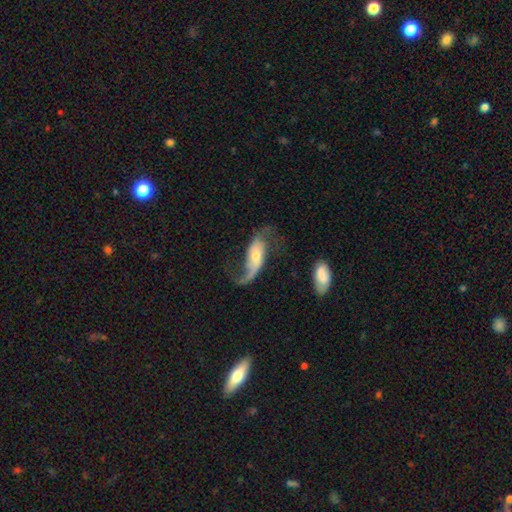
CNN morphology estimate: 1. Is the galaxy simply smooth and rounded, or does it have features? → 78% featured or disk, 16% smooth, 6% star or artifact.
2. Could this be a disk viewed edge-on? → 91% no, 9% yes.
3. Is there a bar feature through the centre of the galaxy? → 53% no, 32% weak, 15% strong.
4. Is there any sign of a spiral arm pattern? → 92% yes, 8% no.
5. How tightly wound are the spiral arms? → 83% loose, 14% medium, 4% tight.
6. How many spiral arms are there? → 74% 2, 21% 1, 3% can't tell, 1% 3, 1% 4, 1% more than 4.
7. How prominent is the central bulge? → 51% moderate, 38% small, 6% large, 3% none, 2% dominant.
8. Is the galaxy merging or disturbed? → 46% none, 29% major disturbance, 19% minor disturbance, 6% merger.